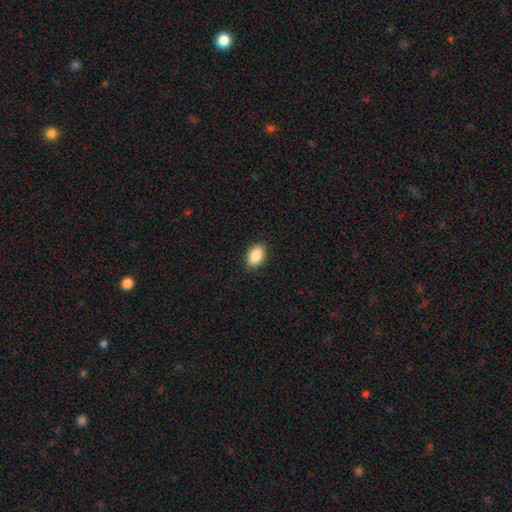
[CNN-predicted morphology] Smooth or featured?
  - smooth: 89% *
  - star or artifact: 7%
  - featured or disk: 4%
How rounded?
  - in between: 91% *
  - round: 7%
  - cigar-shaped: 2%
Merging?
  - none: 89% *
  - minor disturbance: 8%
  - major disturbance: 2%
  - merger: 1%